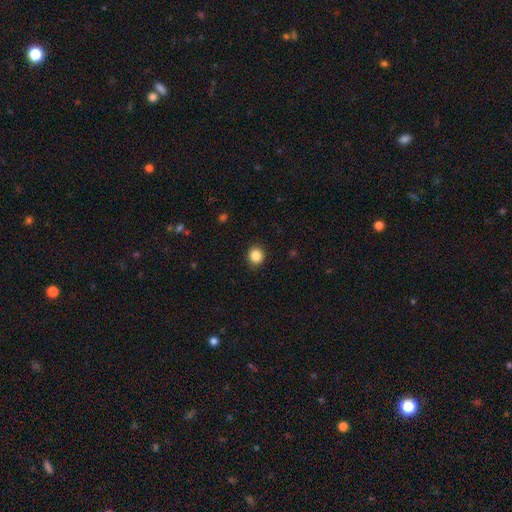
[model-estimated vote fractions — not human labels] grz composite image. It shows a smooth galaxy with no disk features (86%) that is round (88%). Merging: none (92%).